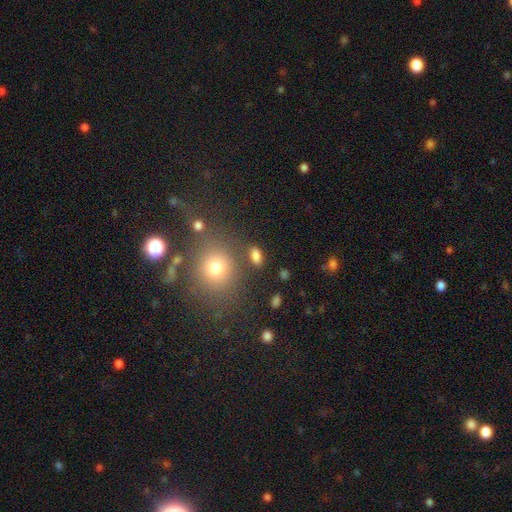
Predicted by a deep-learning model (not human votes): Smooth or featured? smooth (80%)
How rounded? in between (81%)
Merging? none (77%)